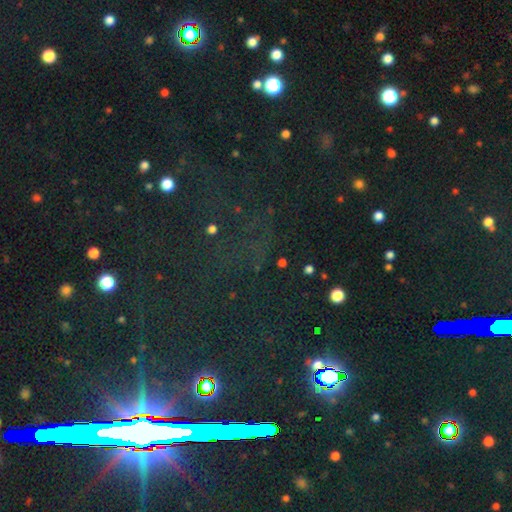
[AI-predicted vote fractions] A star or artifact, not a galaxy (79%).